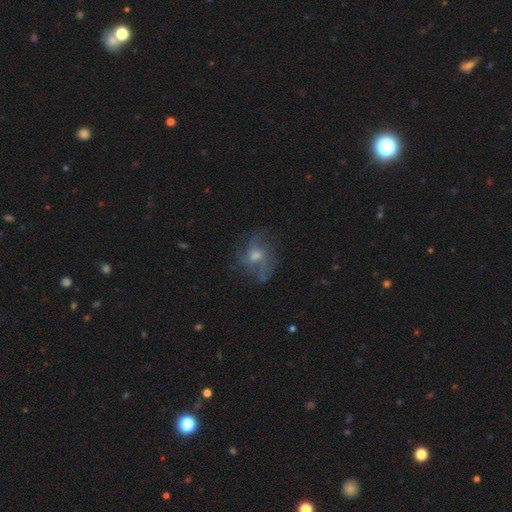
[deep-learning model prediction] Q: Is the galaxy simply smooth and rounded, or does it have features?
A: featured or disk — 64%.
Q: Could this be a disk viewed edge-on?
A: no — 97%.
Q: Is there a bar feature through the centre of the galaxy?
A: no — 71%.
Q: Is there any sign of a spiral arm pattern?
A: yes — 76%.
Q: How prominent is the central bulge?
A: moderate — 53%.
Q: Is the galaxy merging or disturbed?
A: none — 63%.